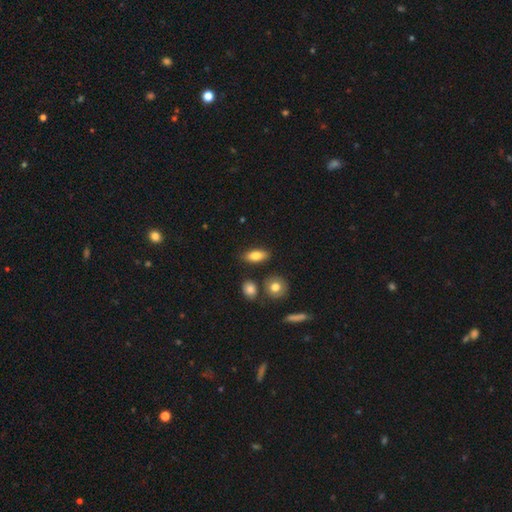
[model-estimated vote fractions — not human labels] Overall: smooth (80%). How rounded: in between (82%). Merging: none (82%).